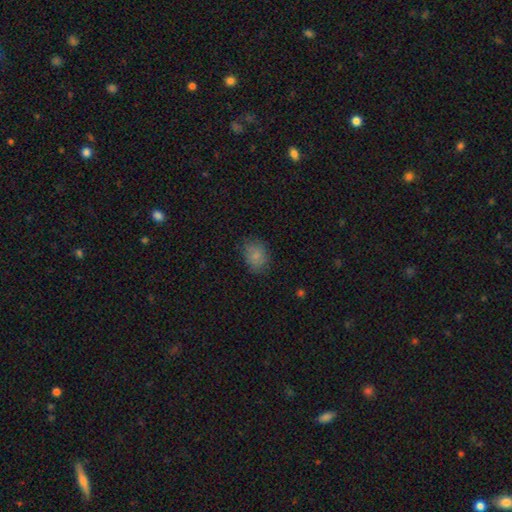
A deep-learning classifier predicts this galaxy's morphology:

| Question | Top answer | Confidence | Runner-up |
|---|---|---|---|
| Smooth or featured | smooth | 81% | star or artifact (10%) |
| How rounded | in between | 62% | round (37%) |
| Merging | none | 76% | minor disturbance (18%) |